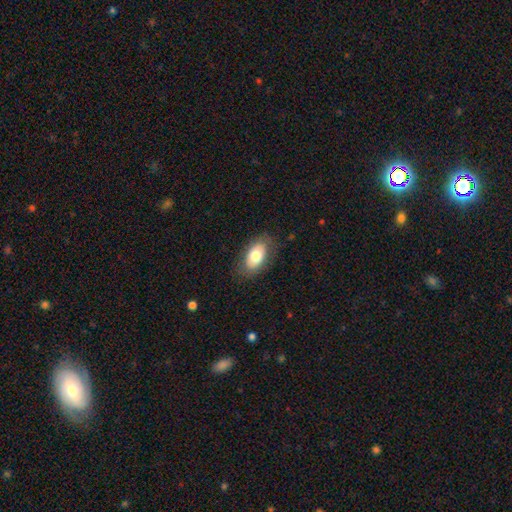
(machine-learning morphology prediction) This appears to be a smooth galaxy with no disk features (72%) that is in between round and cigar-shaped (93%). Merging: none (80%).